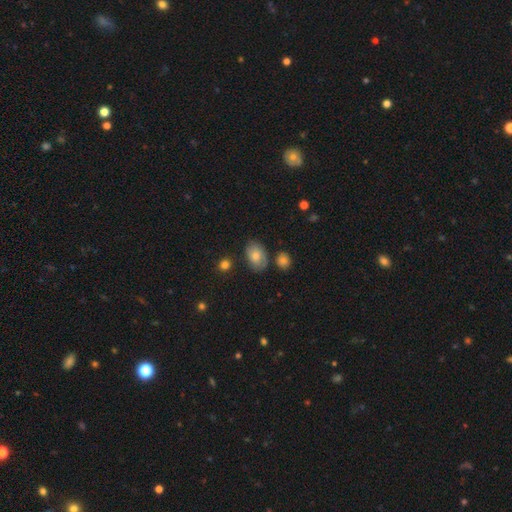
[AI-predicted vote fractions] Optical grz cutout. It shows a smooth galaxy with no disk features (66%) that is in between round and cigar-shaped (80%). Merging: none (73%).